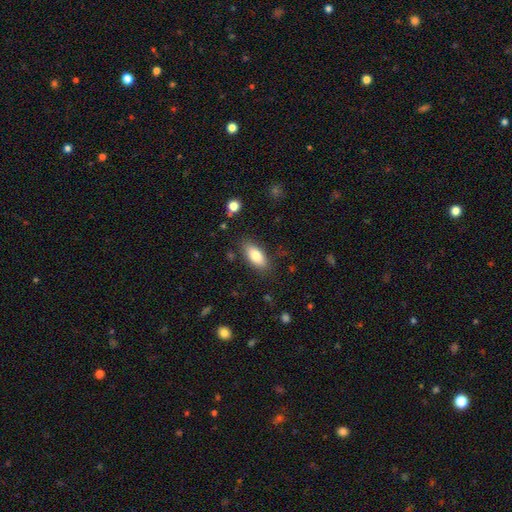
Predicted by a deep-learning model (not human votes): Overall: smooth (81%). How rounded: in between (84%). Merging: none (82%).